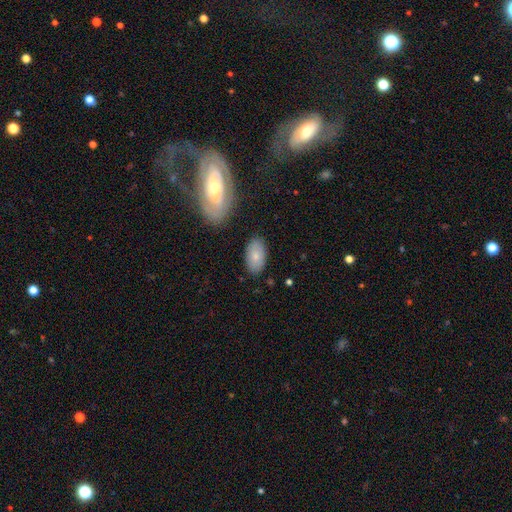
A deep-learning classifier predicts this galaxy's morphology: smooth_or_featured: smooth (p=0.80) [alt: featured or disk p=0.14]
how_rounded: in between (p=0.94) [alt: round p=0.04]
merging: none (p=0.84) [alt: minor disturbance p=0.11]